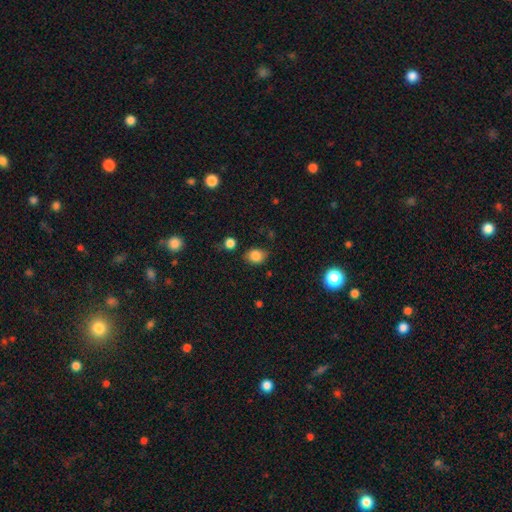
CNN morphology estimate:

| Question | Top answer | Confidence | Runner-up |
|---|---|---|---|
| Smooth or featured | smooth | 83% | star or artifact (10%) |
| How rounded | in between | 57% | round (42%) |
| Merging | none | 75% | minor disturbance (17%) |